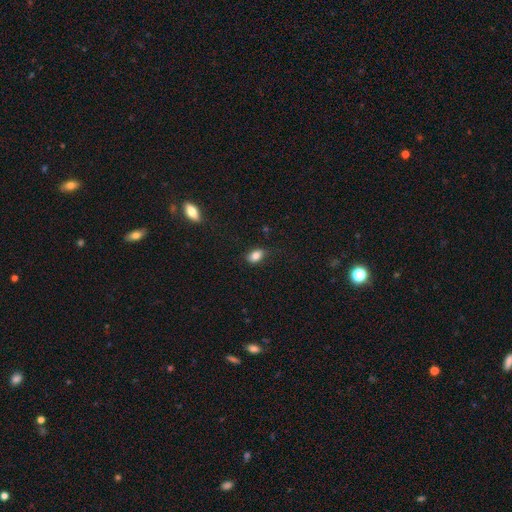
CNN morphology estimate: Smooth or featured?
  - smooth: 83% *
  - star or artifact: 9%
  - featured or disk: 8%
How rounded?
  - in between: 85% *
  - round: 12%
  - cigar-shaped: 3%
Merging?
  - none: 77% *
  - minor disturbance: 18%
  - major disturbance: 4%
  - merger: 1%